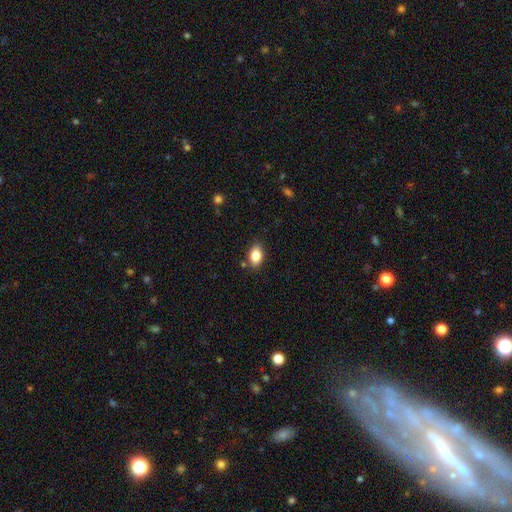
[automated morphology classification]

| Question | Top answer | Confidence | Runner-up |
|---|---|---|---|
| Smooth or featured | smooth | 84% | star or artifact (8%) |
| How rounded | in between | 89% | round (8%) |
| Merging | none | 84% | minor disturbance (11%) |